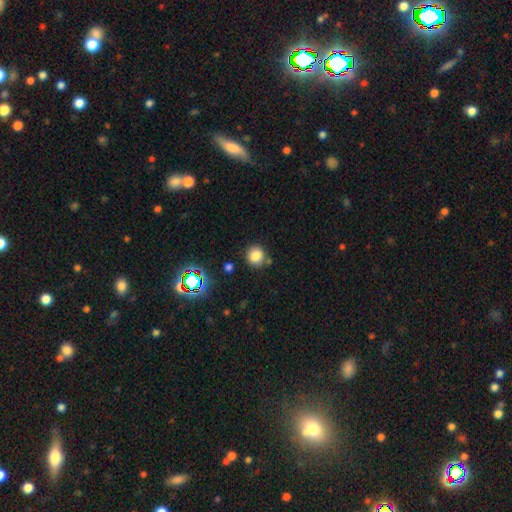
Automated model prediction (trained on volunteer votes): A smooth galaxy with no disk features (80%) that is round (87%). Merging: none (80%).